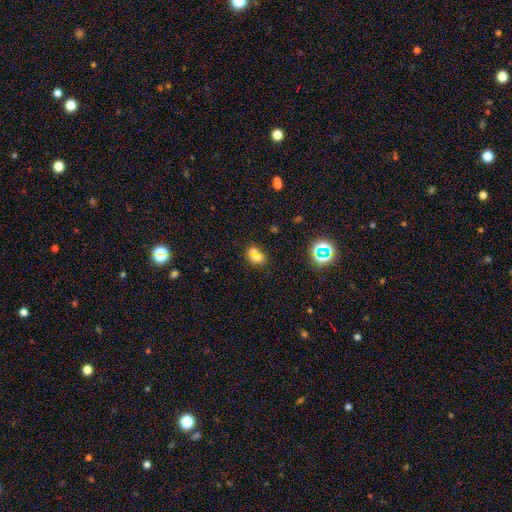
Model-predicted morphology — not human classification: smooth 63%, star or artifact 20%, featured or disk 17%. Down the decision tree: how rounded — round (50%); merging — merger (43%, tied with none).